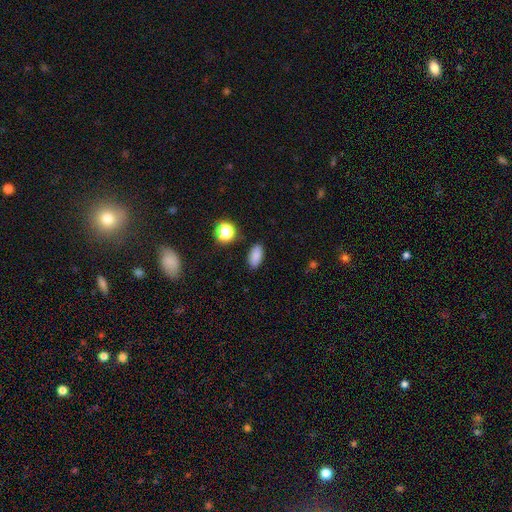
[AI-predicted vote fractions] smooth-or-featured: smooth: 83% | star or artifact: 11% | featured or disk: 6%
  how-rounded: in between: 90% | round: 6% | cigar-shaped: 4%
  merging: none: 86% | minor disturbance: 10% | major disturbance: 2% | merger: 2%